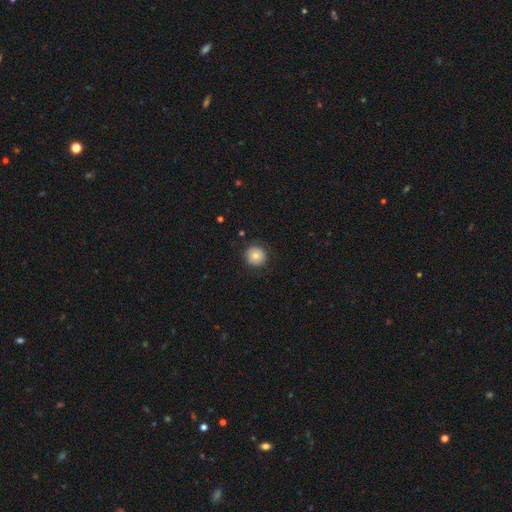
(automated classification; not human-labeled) The model was most divided on "smooth or featured": smooth: 75%, featured or disk: 16%, star or artifact: 9%. More confident: how rounded — round (95%); merging — none (84%).